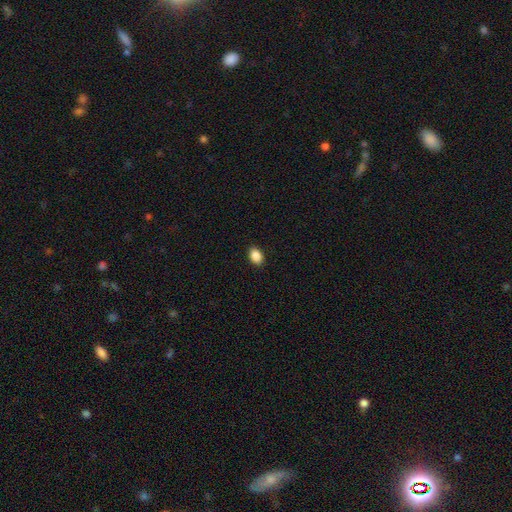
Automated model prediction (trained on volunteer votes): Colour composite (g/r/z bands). It shows a smooth galaxy with no disk features (89%) that is in between round and cigar-shaped (80%). Merging: none (90%).